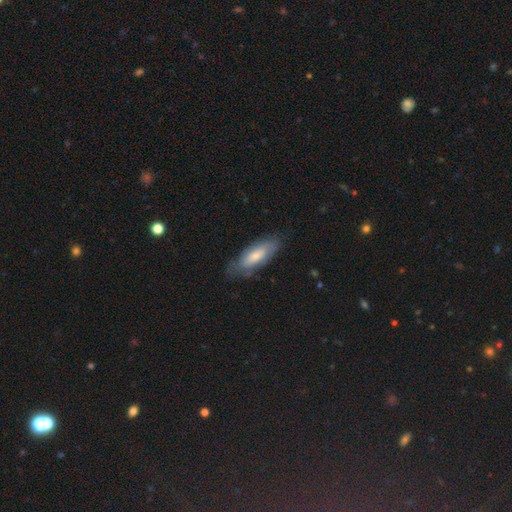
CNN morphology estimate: Smooth or featured?
  - smooth: 63% *
  - featured or disk: 31%
  - star or artifact: 6%
How rounded?
  - in between: 68% *
  - cigar-shaped: 30%
  - round: 2%
Merging?
  - none: 69% *
  - minor disturbance: 23%
  - major disturbance: 7%
  - merger: 1%